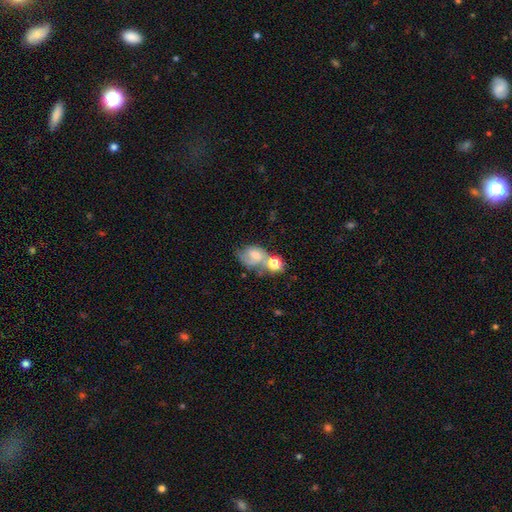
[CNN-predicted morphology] Smooth or featured? Predicted: featured or disk (p=0.52). Edge-on disk? Predicted: no (p=0.97). Bar? Predicted: no (p=0.50). Spiral arms? Predicted: yes (p=0.79). Bulge size? Predicted: moderate (p=0.41). Merging? Predicted: merger (p=0.36).